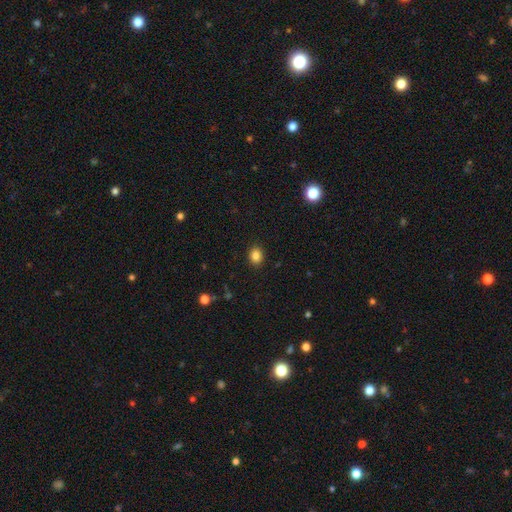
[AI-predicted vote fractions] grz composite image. It shows a smooth galaxy with no disk features (86%) that is round (52%). Merging: none (90%).